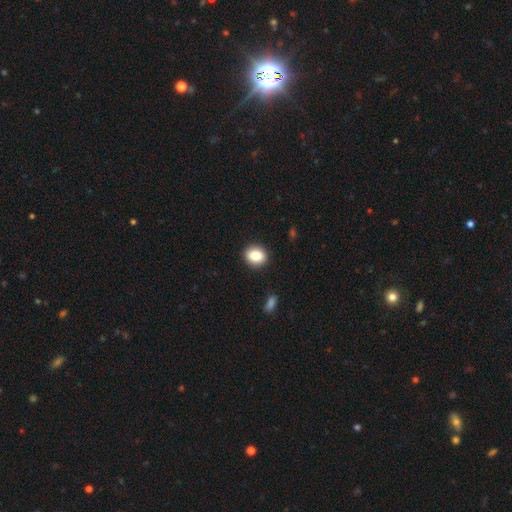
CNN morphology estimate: smooth 83%, star or artifact 9%, featured or disk 8%. Down the decision tree: how rounded — round (65%); merging — none (91%).